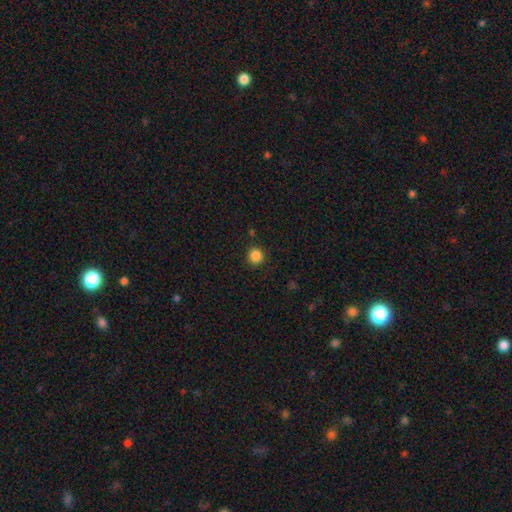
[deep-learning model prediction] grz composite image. It shows a smooth galaxy with no disk features (86%) that is round (92%). Merging: none (90%).